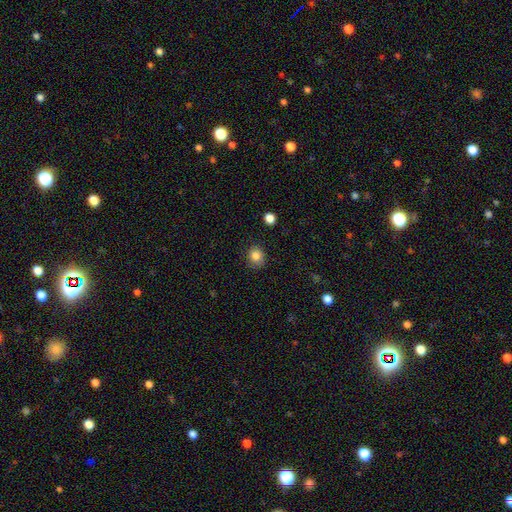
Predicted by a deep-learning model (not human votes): This is clearly a smooth galaxy (84%). How rounded: likely round (74%). Merging: clearly none (85%).